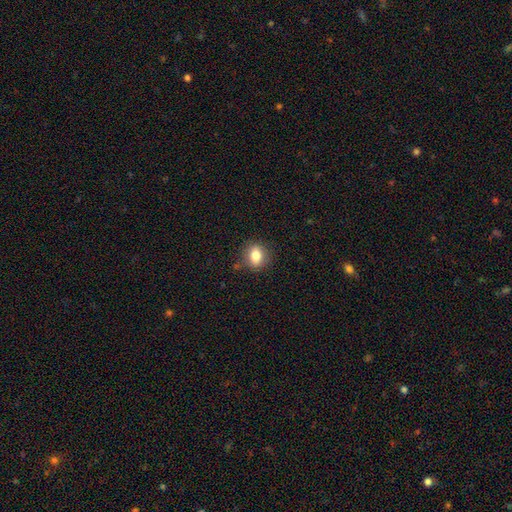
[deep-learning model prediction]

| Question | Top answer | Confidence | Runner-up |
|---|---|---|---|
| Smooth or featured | smooth | 81% | star or artifact (10%) |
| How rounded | in between | 49% | tied: round (49%) |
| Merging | none | 84% | minor disturbance (11%) |